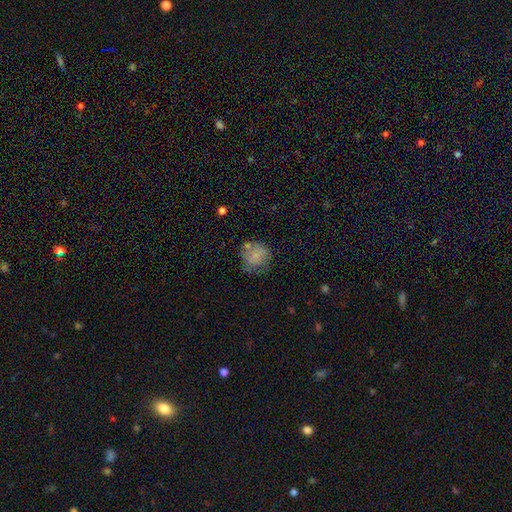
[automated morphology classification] The model was most divided on "merging": none: 60%, minor disturbance: 23%, major disturbance: 9%, merger: 7%. More confident: how rounded — round (87%); smooth or featured — smooth (71%).